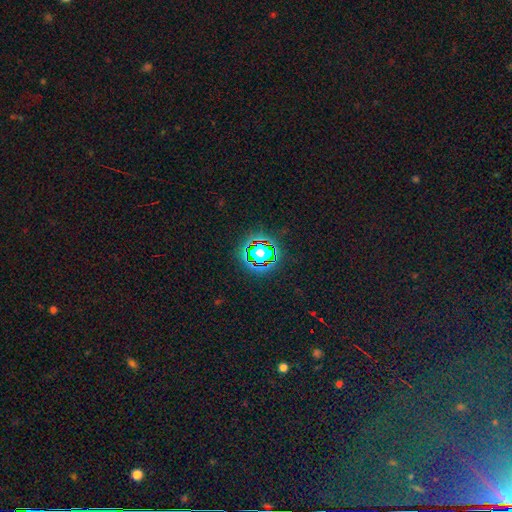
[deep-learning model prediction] A star or artifact, not a galaxy (82%).